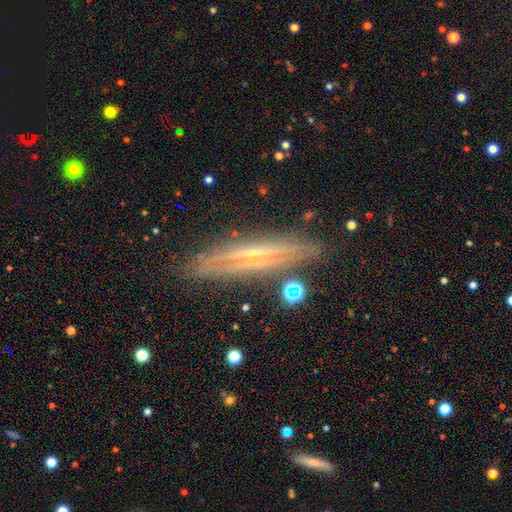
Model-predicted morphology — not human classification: Overall: featured or disk (77%). Edge-on disk: yes (90%). Edge-on bulge: rounded (65%; none 30%). Merging: none (84%).